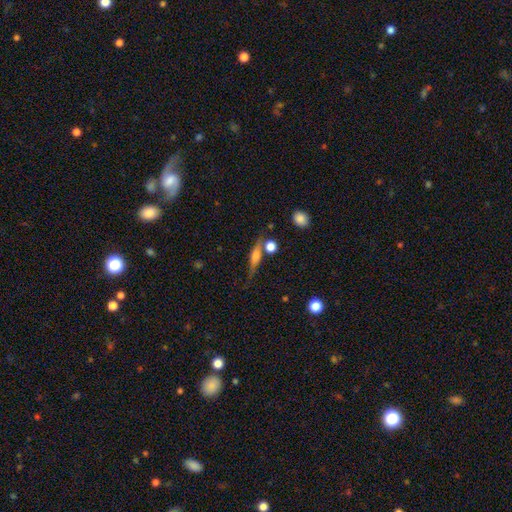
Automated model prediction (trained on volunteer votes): Q: Smooth or featured?
A: featured or disk (56%); runner-up: smooth (34%)
Q: Edge-on disk?
A: yes (92%); runner-up: no (8%)
Q: Edge-on bulge?
A: rounded (76%); runner-up: boxy (17%)
Q: Merging?
A: none (69%); runner-up: minor disturbance (15%)